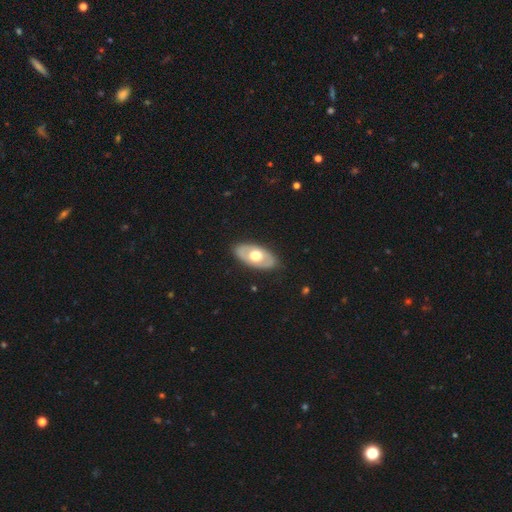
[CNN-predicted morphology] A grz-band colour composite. It shows a featured or disk galaxy (48%, tied with smooth). Merging: none (86%).